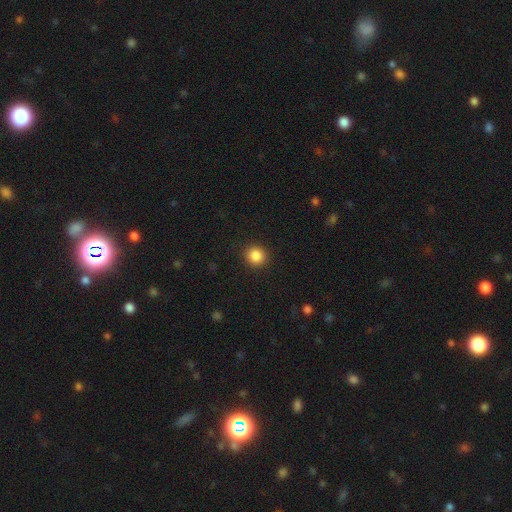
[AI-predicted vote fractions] Overall: smooth (87%). How rounded: round (88%). Merging: none (91%).